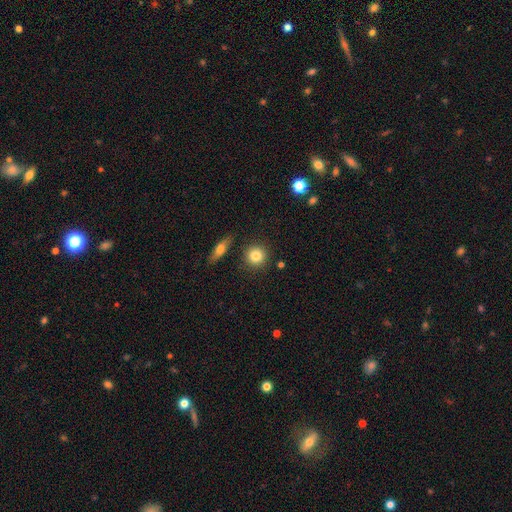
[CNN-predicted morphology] A smooth galaxy with no disk features (83%) that is round (91%). Merging: none (87%).